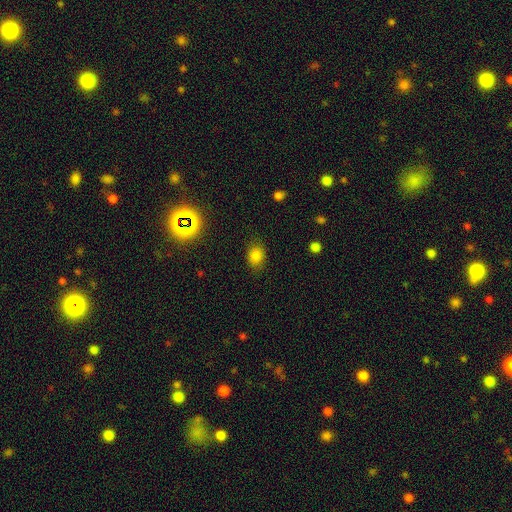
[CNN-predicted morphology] This is likely a smooth galaxy (80%). How rounded: possibly in between (59%). Merging: clearly none (81%).